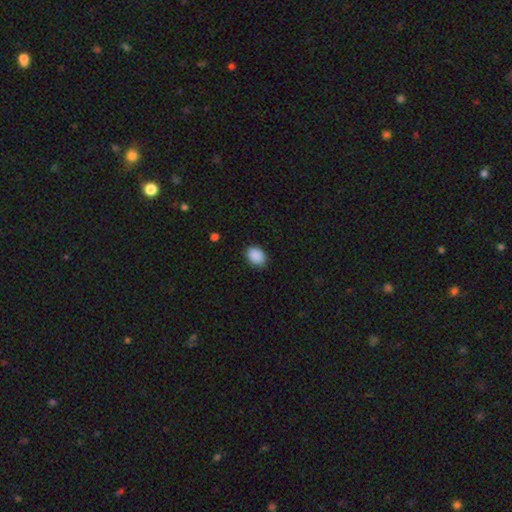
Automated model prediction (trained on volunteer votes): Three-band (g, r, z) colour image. It shows a smooth galaxy with no disk features (90%) that is in between round and cigar-shaped (72%). Merging: none (87%).